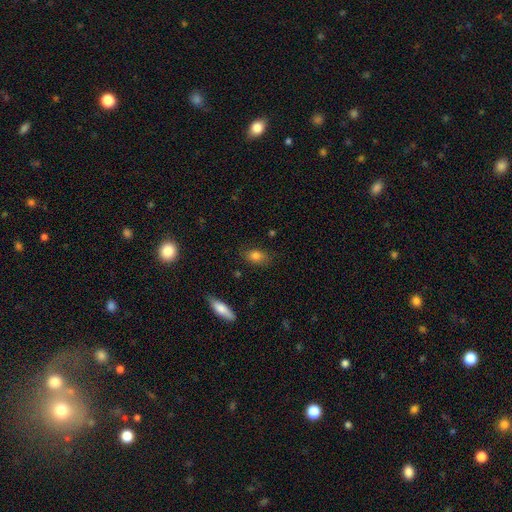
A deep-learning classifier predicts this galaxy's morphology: Smooth or featured: smooth — 81% (featured or disk — 9%)
How rounded: in between — 80% (round — 16%)
Merging: none — 80% (minor disturbance — 15%)